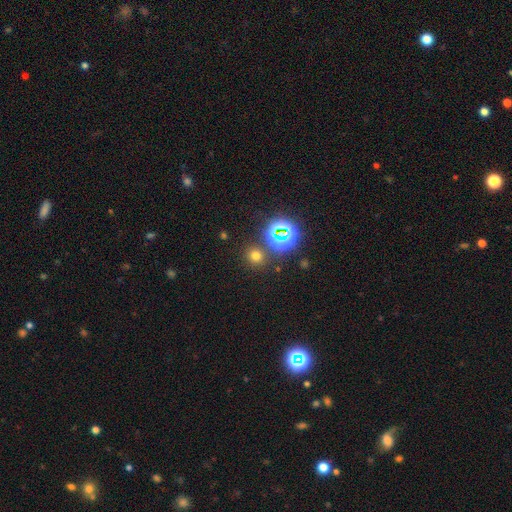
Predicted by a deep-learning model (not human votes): smooth_or_featured: smooth (p=0.64) [alt: star or artifact p=0.29]
how_rounded: round (p=0.88) [alt: in between p=0.11]
merging: none (p=0.84) [alt: minor disturbance p=0.07]